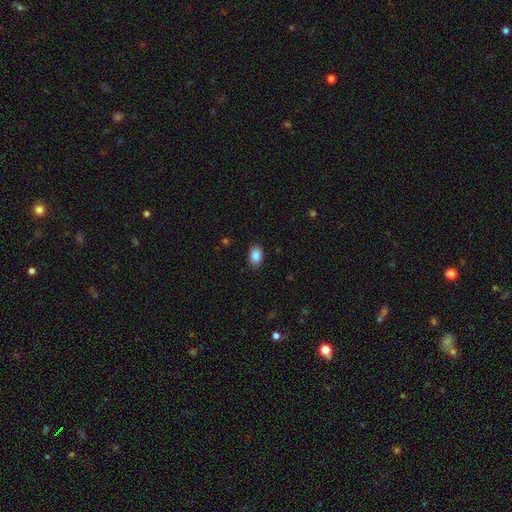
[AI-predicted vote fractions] smooth_or_featured: smooth (p=0.86) [alt: star or artifact p=0.08]
how_rounded: in between (p=0.86) [alt: round p=0.13]
merging: none (p=0.87) [alt: minor disturbance p=0.10]